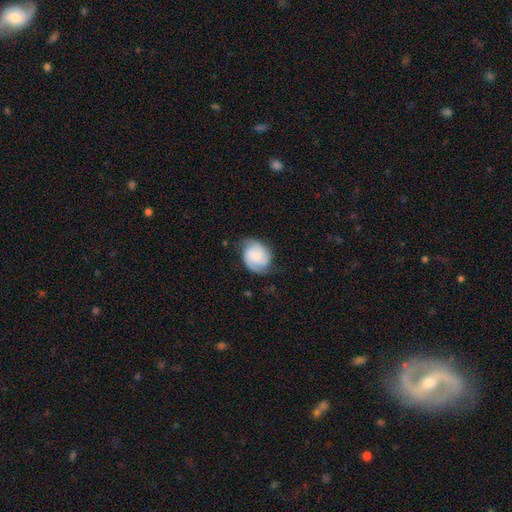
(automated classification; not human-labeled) Overall: featured or disk (56%; smooth 36%). Edge-on disk: no (98%). Bar: no (67%; weak 27%). Spiral arms: yes (93%). Spiral arm count: 2 (73%). Spiral winding: tight (43%; medium 42%). Bulge size: small (48%; moderate 26%). Merging: none (66%).